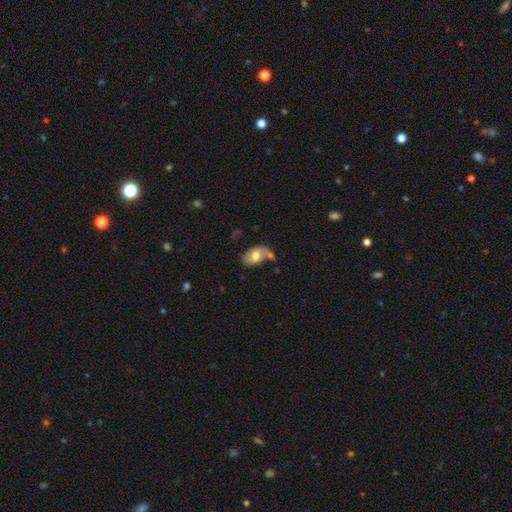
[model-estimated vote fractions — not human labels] smooth-or-featured: smooth: 65% | featured or disk: 28% | star or artifact: 7%
  how-rounded: in between: 90% | round: 9% | cigar-shaped: 2%
  merging: none: 40% | merger: 24% | minor disturbance: 24% | major disturbance: 12%